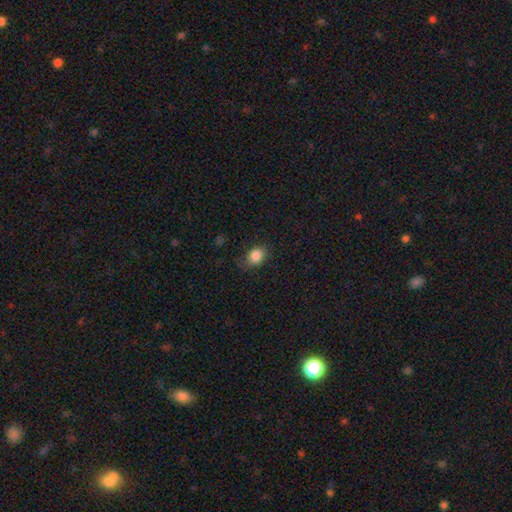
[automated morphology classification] A smooth galaxy with no disk features (85%) that is round (50%).

Vote fractions:
- Smooth or featured? smooth: 85% / star or artifact: 10% / featured or disk: 5%
- How rounded? round: 50% / in between: 49% / cigar-shaped: 1%
- Merging? none: 71% / minor disturbance: 21% / major disturbance: 6% / merger: 1%